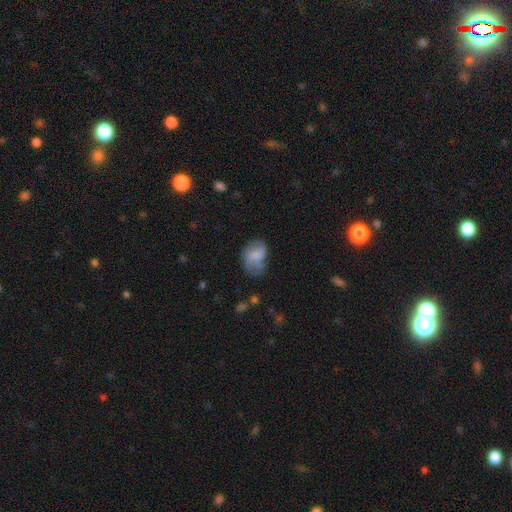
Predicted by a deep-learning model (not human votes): Smooth or featured: smooth — 57% (featured or disk — 34%)
How rounded: in between — 69% (round — 30%)
Merging: none — 43% (minor disturbance — 29%)